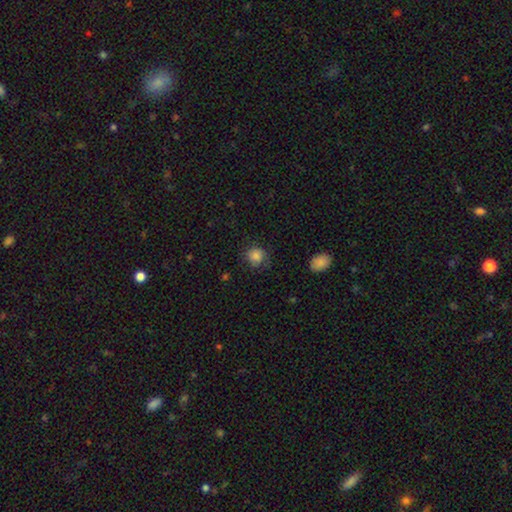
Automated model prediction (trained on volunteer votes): Smooth or featured? Predicted: smooth (p=0.79). How rounded? Predicted: round (p=0.81). Merging? Predicted: none (p=0.64).